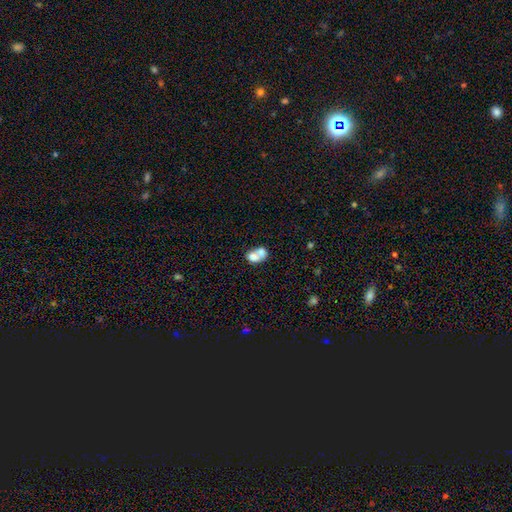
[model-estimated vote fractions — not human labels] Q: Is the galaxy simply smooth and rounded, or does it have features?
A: smooth — 69%.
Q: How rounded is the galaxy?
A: in between — 54%.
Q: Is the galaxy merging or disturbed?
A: merger — 73%.